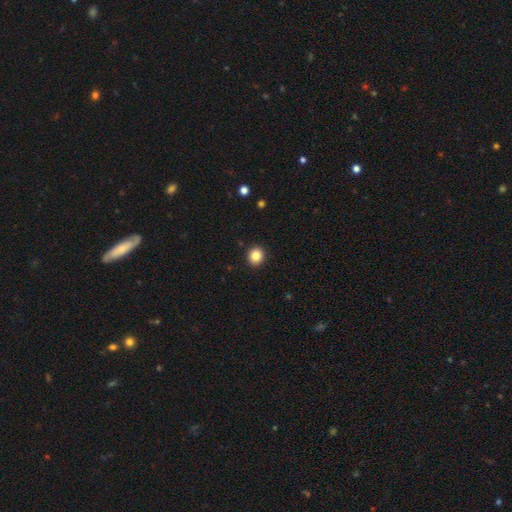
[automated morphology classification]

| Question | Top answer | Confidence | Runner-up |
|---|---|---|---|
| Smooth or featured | smooth | 85% | star or artifact (10%) |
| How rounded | round | 80% | in between (19%) |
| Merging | none | 92% | minor disturbance (5%) |